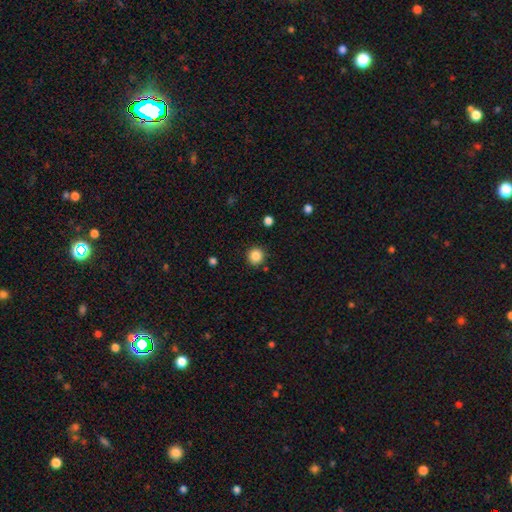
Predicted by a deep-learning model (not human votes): smooth_or_featured: smooth (p=0.85) [alt: star or artifact p=0.10]
how_rounded: round (p=0.94) [alt: in between p=0.05]
merging: none (p=0.89) [alt: minor disturbance p=0.07]